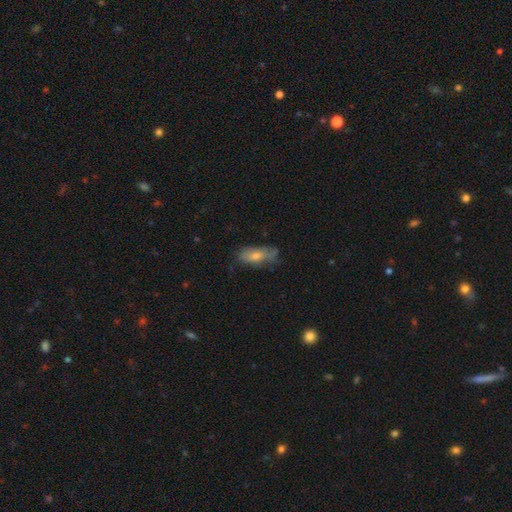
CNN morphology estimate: This appears to be a smooth galaxy with no disk features (60%) that is in between round and cigar-shaped (69%). Merging: none (60%).